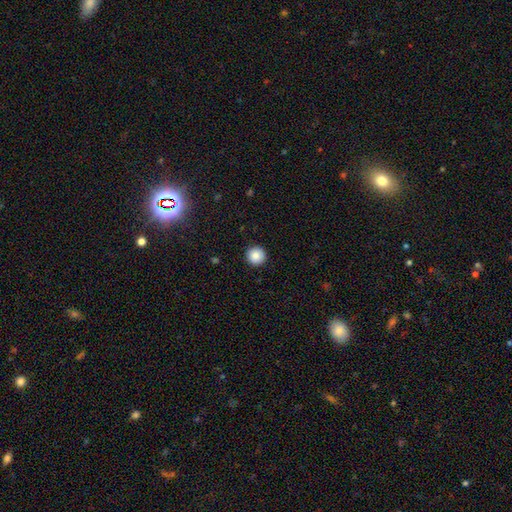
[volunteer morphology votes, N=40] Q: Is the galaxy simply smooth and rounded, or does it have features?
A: smooth — 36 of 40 (90%).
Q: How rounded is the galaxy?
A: round — 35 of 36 (97%).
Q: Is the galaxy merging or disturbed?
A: none — 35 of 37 (95%).